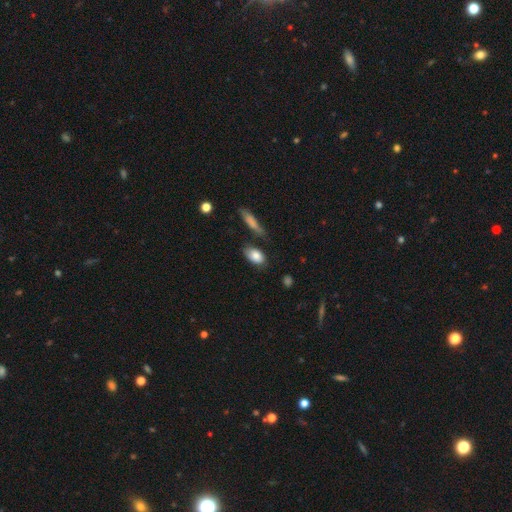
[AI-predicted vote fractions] Smooth or featured? smooth (82%)
How rounded? in between (89%)
Merging? none (68%)